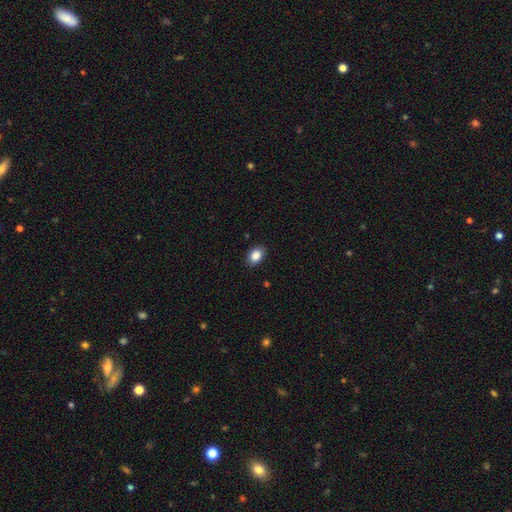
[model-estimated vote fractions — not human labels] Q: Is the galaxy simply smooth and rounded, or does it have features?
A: smooth — 88%.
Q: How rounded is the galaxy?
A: in between — 82%.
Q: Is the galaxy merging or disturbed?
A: none — 88%.